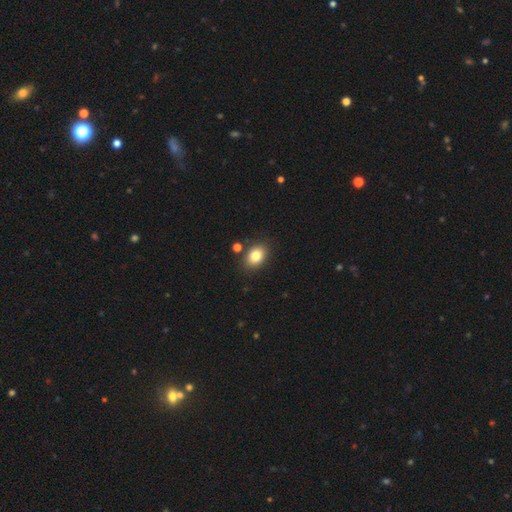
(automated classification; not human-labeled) smooth_or_featured: smooth (p=0.82) [alt: star or artifact p=0.10]
how_rounded: in between (p=0.70) [alt: round p=0.29]
merging: none (p=0.82) [alt: minor disturbance p=0.10]